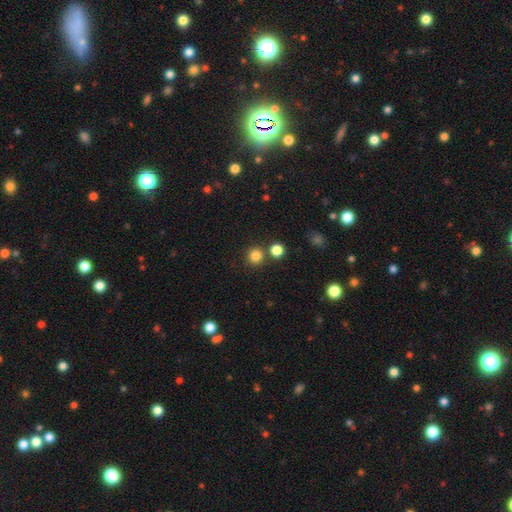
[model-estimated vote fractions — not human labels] smooth-or-featured: smooth: 82% | star or artifact: 13% | featured or disk: 5%
  how-rounded: round: 92% | in between: 7% | cigar-shaped: 1%
  merging: none: 78% | merger: 13% | minor disturbance: 7% | major disturbance: 3%